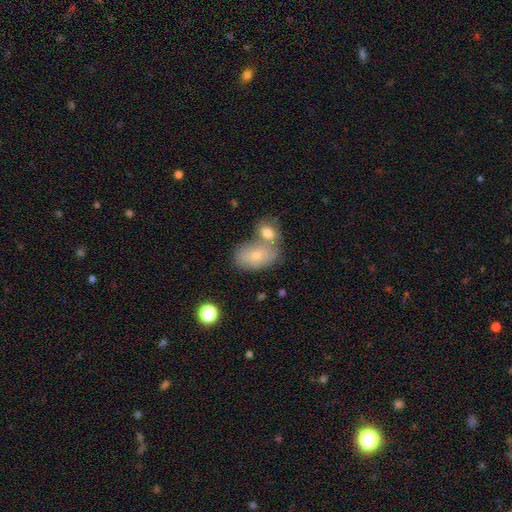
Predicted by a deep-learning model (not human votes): A smooth galaxy with no disk features (72%) that is in between round and cigar-shaped (87%). Merging: merger (49%).